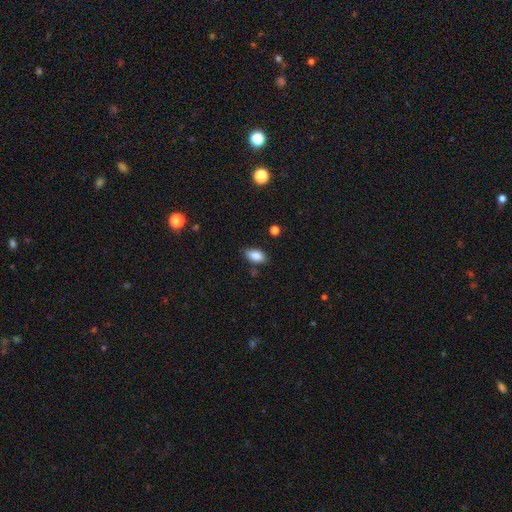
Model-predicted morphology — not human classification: A smooth galaxy with no disk features (86%) that is in between round and cigar-shaped (91%).

Vote fractions:
- Smooth or featured? smooth: 86% / star or artifact: 8% / featured or disk: 6%
- How rounded? in between: 91% / round: 5% / cigar-shaped: 4%
- Merging? none: 76% / minor disturbance: 18% / major disturbance: 3% / merger: 2%